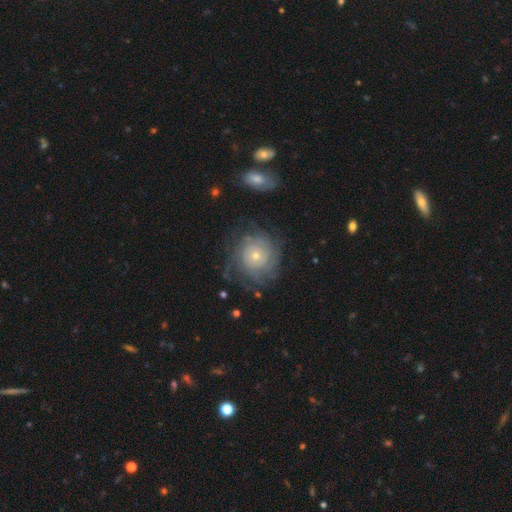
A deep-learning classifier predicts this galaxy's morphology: smooth_or_featured: featured or disk (p=0.73) [alt: smooth p=0.18]
disk_edge_on: no (p=0.97) [alt: yes p=0.03]
bar: no (p=0.83) [alt: weak p=0.14]
has_spiral_arms: yes (p=0.91) [alt: no p=0.09]
spiral_winding: tight (p=0.77) [alt: medium p=0.17]
spiral_arm_count: can't tell (p=0.47) [alt: 4 p=0.14]
bulge_size: small (p=0.66) [alt: moderate p=0.29]
merging: none (p=0.74) [alt: minor disturbance p=0.15]